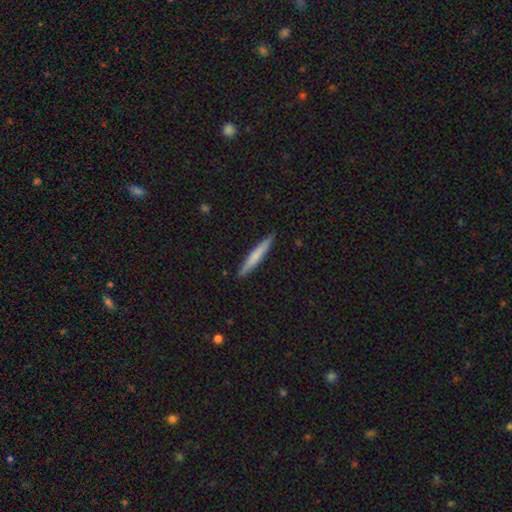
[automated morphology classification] Smooth or featured?
  - smooth: 65% *
  - featured or disk: 29%
  - star or artifact: 5%
How rounded?
  - cigar-shaped: 95% *
  - in between: 3%
  - round: 1%
Merging?
  - none: 90% *
  - minor disturbance: 8%
  - major disturbance: 1%
  - merger: 1%